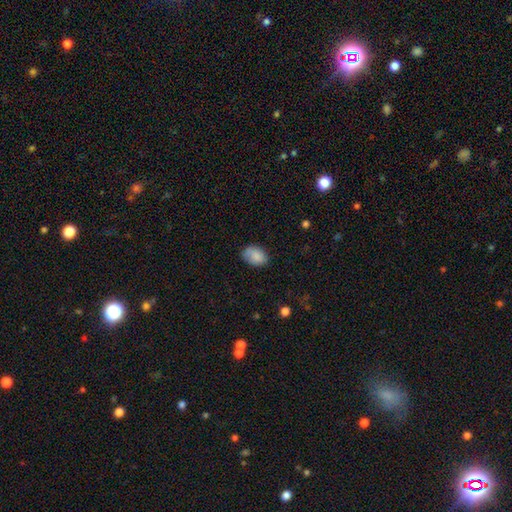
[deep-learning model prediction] Smooth or featured? smooth (84%)
How rounded? in between (80%)
Merging? none (70%)